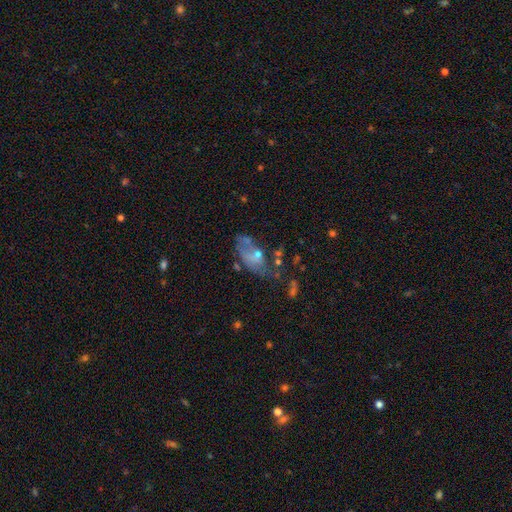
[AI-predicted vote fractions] Q: Smooth or featured?
A: featured or disk (48%); runner-up: smooth (39%)
Q: Merging?
A: none (32%); runner-up: major disturbance (31%)